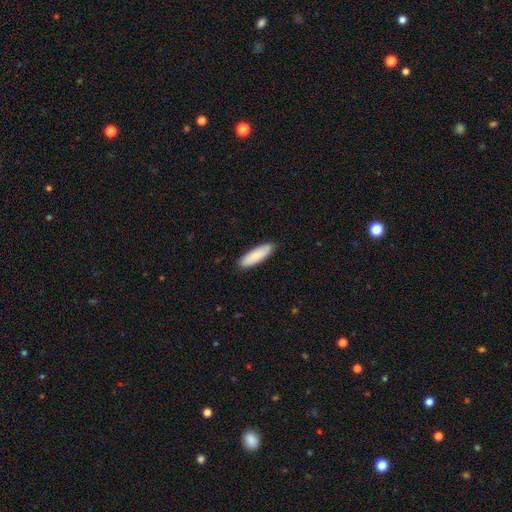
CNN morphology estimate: A smooth galaxy with no disk features (86%) that is cigar-shaped (54%).

Vote fractions:
- Smooth or featured? smooth: 86% / featured or disk: 9% / star or artifact: 5%
- How rounded? cigar-shaped: 54% / in between: 44% / round: 1%
- Merging? none: 89% / minor disturbance: 9% / major disturbance: 2% / merger: 1%